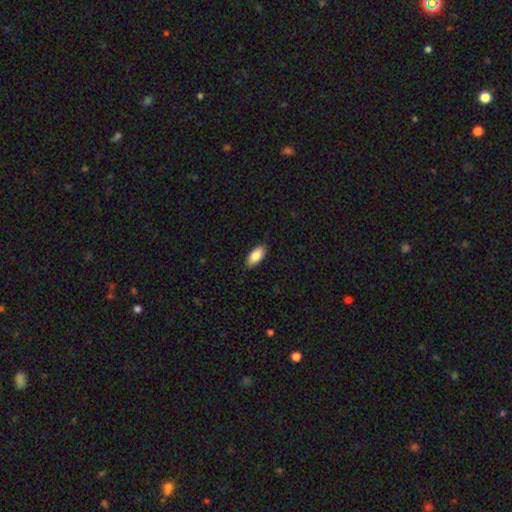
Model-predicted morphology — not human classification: Overall: smooth (85%). How rounded: in between (91%). Merging: none (86%).